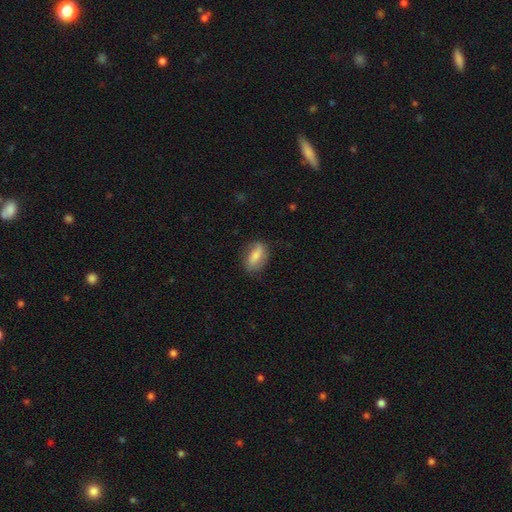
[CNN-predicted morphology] This is likely a smooth galaxy (73%). How rounded: clearly in between (84%). Merging: likely none (73%).